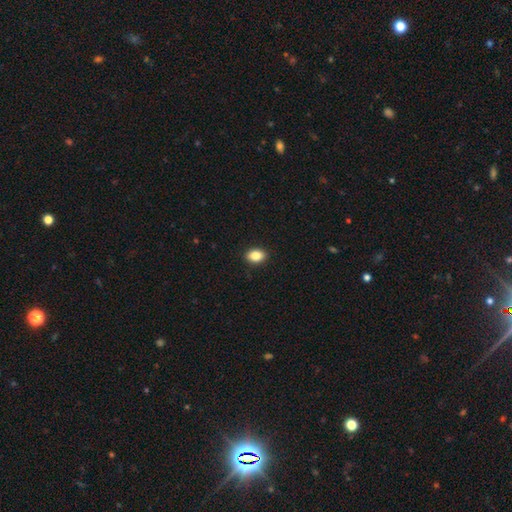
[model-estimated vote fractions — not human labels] Morphology: type=smooth (86%); roundness=in between (80%); merging=none (91%).